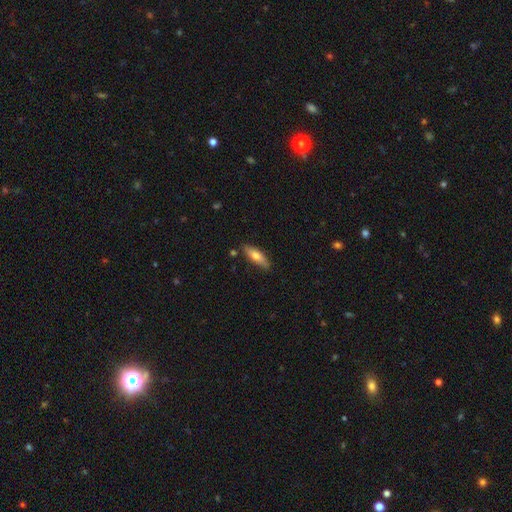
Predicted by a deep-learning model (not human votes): smooth 68%, featured or disk 26%, star or artifact 6%. Down the decision tree: how rounded — cigar-shaped (52%); merging — none (82%).